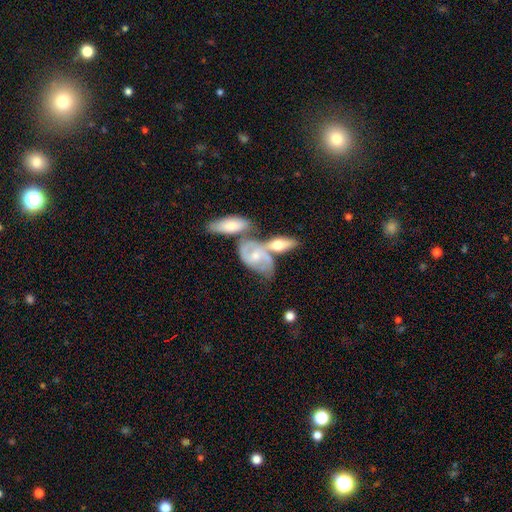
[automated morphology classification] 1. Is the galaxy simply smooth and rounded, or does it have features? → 67% featured or disk, 26% smooth, 6% star or artifact.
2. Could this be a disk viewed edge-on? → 92% no, 8% yes.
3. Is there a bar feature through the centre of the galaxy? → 63% no, 31% weak, 6% strong.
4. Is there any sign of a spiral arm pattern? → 86% yes, 14% no.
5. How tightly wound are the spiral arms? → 47% medium, 28% tight, 25% loose.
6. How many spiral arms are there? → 55% 2, 22% can't tell, 13% 3, 4% 1, 3% 4, 3% more than 4.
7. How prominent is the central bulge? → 46% small, 44% moderate, 5% none, 3% large, 1% dominant.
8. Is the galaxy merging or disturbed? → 49% merger, 25% none, 16% minor disturbance, 10% major disturbance.